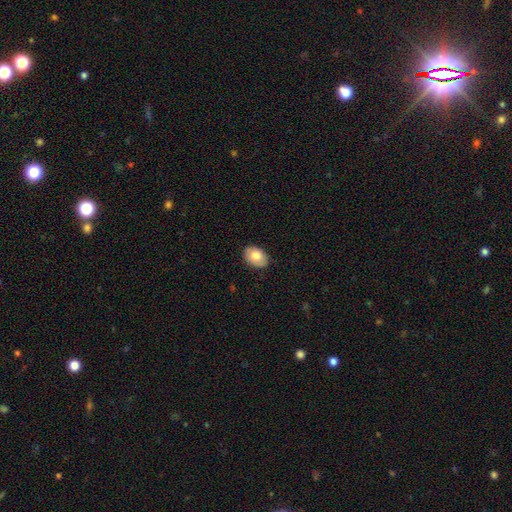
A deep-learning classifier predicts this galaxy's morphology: Smooth or featured? Predicted: smooth (p=0.79). How rounded? Predicted: in between (p=0.81). Merging? Predicted: none (p=0.85).